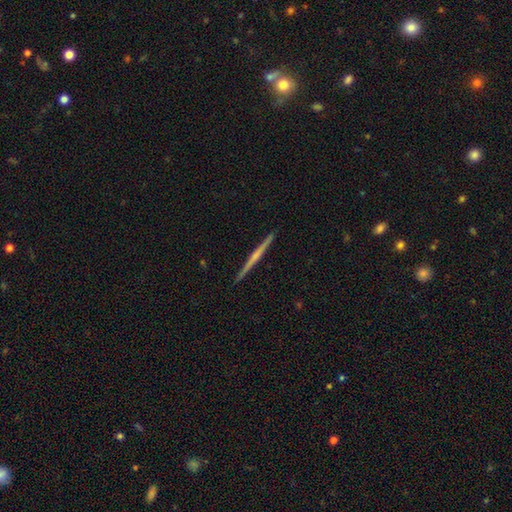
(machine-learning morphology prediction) type=featured or disk (69%); edge-on=yes (98%); edge-on bulge=none (55%); merging=none (93%).